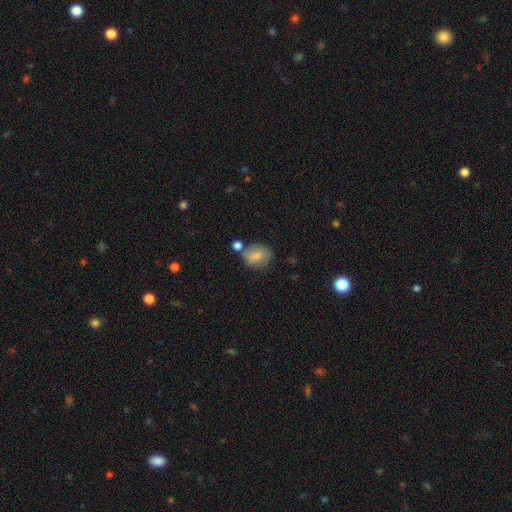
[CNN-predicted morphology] smooth_or_featured: smooth (p=0.78) [alt: featured or disk p=0.13]
how_rounded: round (p=0.56) [alt: in between p=0.42]
merging: none (p=0.56) [alt: minor disturbance p=0.19]